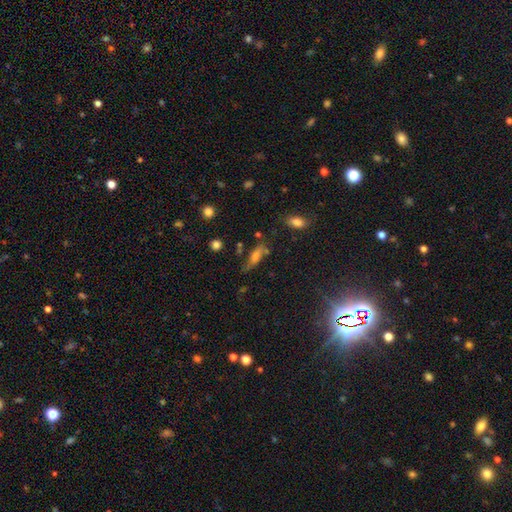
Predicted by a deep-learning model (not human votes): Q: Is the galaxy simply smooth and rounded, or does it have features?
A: smooth — 44%.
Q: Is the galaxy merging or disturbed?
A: none — 53%.